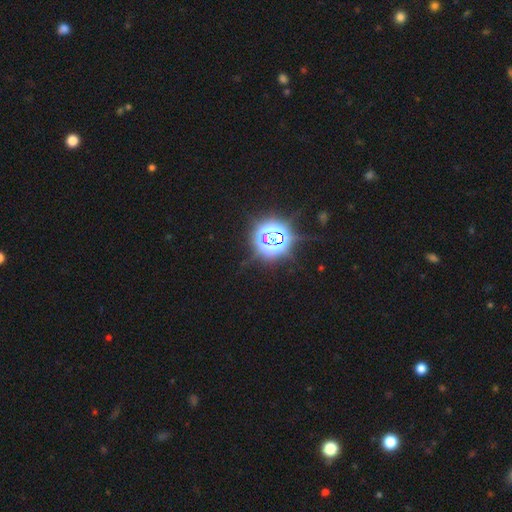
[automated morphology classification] Smooth or featured: star or artifact — 83% (smooth — 12%)